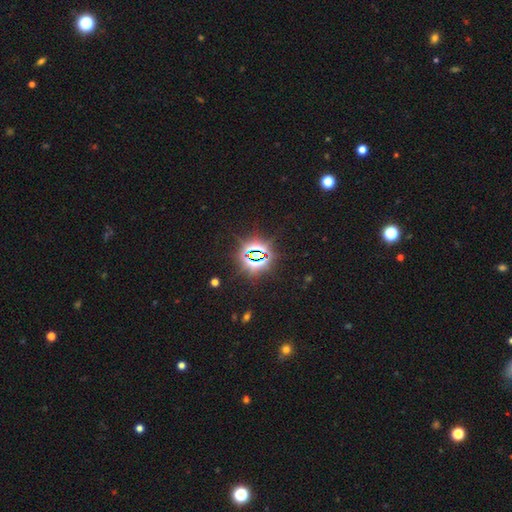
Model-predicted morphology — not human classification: Overall: star or artifact (83%).